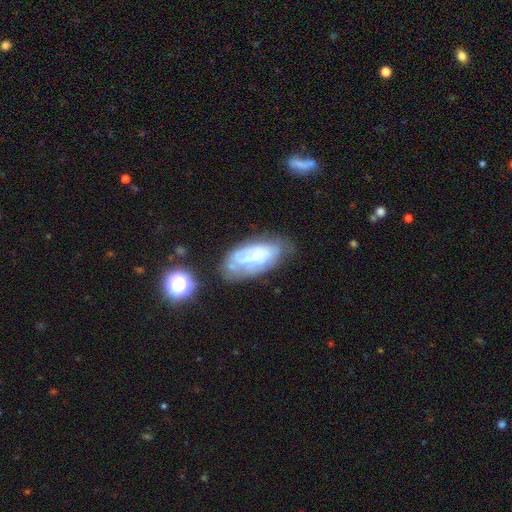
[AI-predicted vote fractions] Morphology: type=featured or disk (54%); edge-on=no (91%); merging=none (55%).